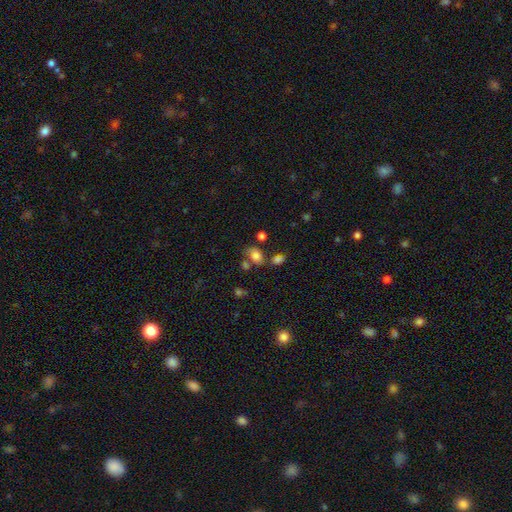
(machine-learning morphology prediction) smooth-or-featured: smooth: 75% | star or artifact: 13% | featured or disk: 12%
  how-rounded: in between: 73% | round: 25% | cigar-shaped: 2%
  merging: none: 49% | merger: 21% | minor disturbance: 20% | major disturbance: 10%